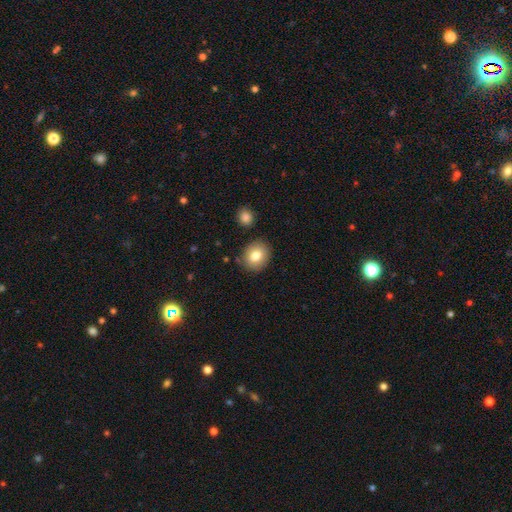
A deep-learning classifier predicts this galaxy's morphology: smooth_or_featured: smooth (p=0.81) [alt: featured or disk p=0.11]
how_rounded: round (p=0.65) [alt: in between p=0.34]
merging: none (p=0.84) [alt: minor disturbance p=0.10]